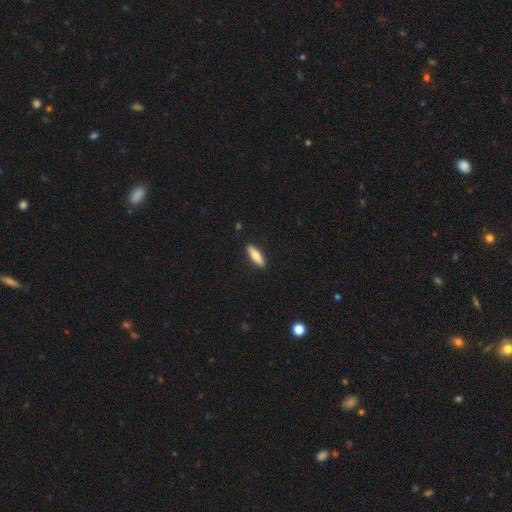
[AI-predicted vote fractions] Morphology: type=smooth (72%); roundness=cigar-shaped (59%); merging=none (90%).